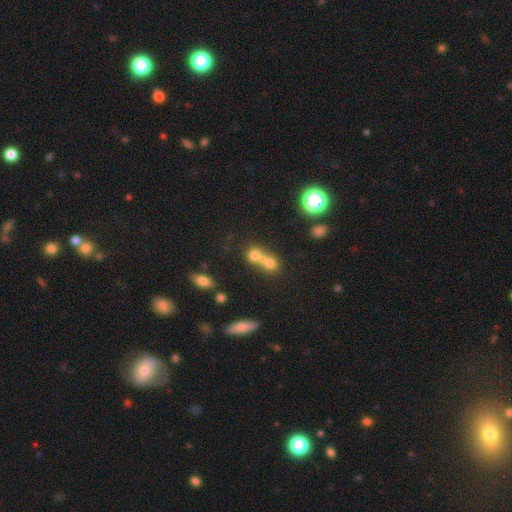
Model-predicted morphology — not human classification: The model was most divided on "merging": merger: 60%, none: 31%, minor disturbance: 6%, major disturbance: 3%. More confident: how rounded — round (79%); smooth or featured — smooth (65%).